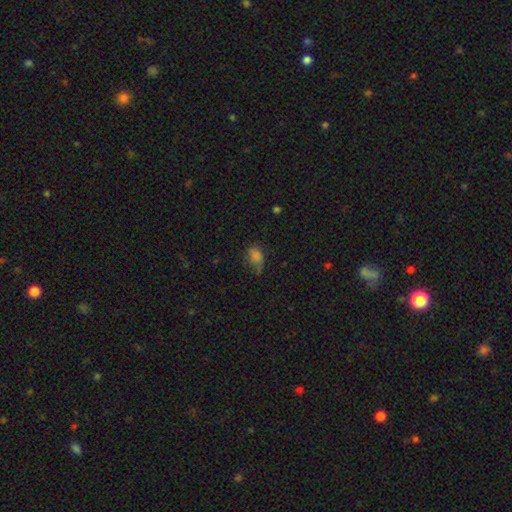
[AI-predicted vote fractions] A smooth galaxy with no disk features (74%) that is in between round and cigar-shaped (79%). Merging: none (42%).